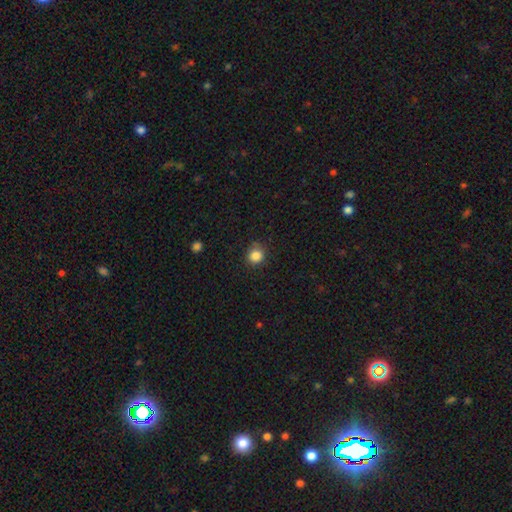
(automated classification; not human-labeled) smooth-or-featured: smooth: 85% | star or artifact: 11% | featured or disk: 4%
  how-rounded: round: 88% | in between: 12% | cigar-shaped: 1%
  merging: none: 81% | minor disturbance: 14% | major disturbance: 3% | merger: 1%